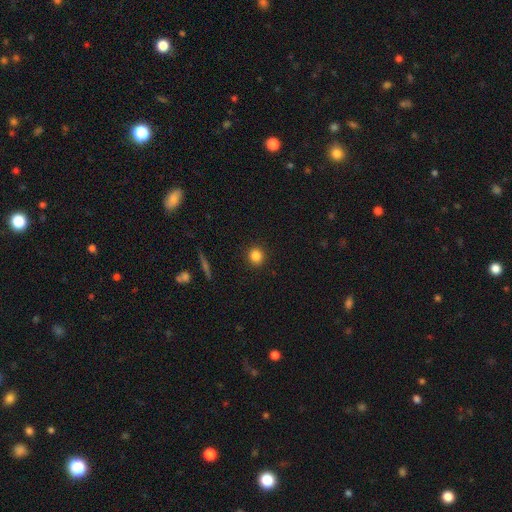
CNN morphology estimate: Q: Smooth or featured?
A: smooth (85%); runner-up: star or artifact (11%)
Q: How rounded?
A: round (90%); runner-up: in between (9%)
Q: Merging?
A: none (92%); runner-up: minor disturbance (5%)